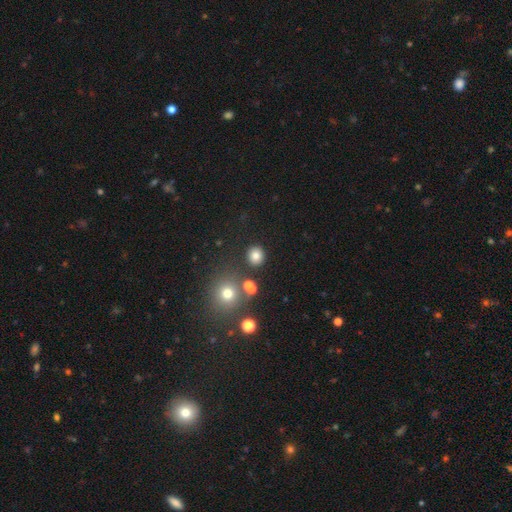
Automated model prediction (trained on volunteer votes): Overall: smooth (79%). How rounded: round (87%). Merging: none (86%).